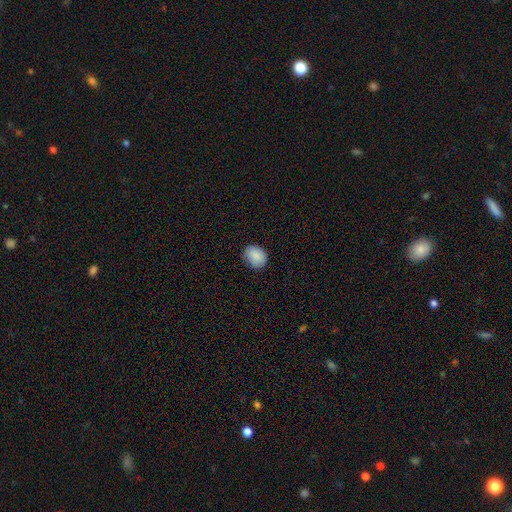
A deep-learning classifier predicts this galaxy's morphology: A smooth galaxy with no disk features (88%) that is in between round and cigar-shaped (53%). Merging: none (81%).